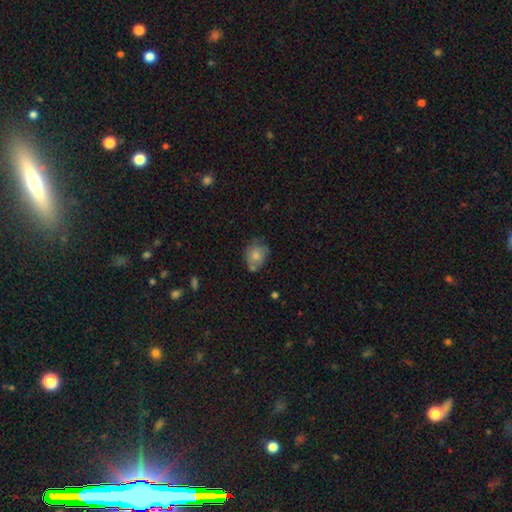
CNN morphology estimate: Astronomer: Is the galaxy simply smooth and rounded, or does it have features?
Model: smooth — 72%.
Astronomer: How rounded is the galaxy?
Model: round — 54% (runner-up: in between, 45%).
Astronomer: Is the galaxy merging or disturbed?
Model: none — 52% (runner-up: minor disturbance, 29%).